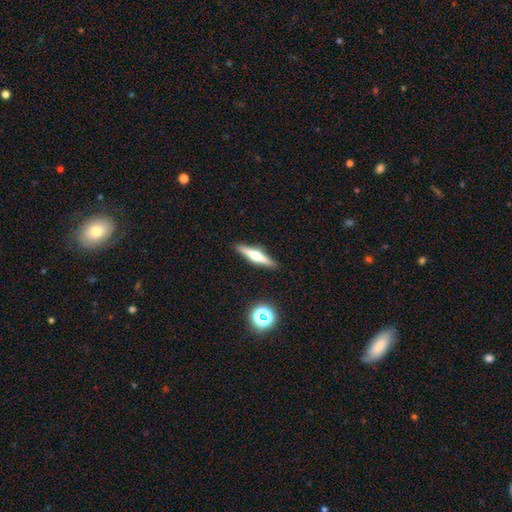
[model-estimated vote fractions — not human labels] This is possibly a featured or disk galaxy (56%). It is clearly viewed edge-on (96%). Edge-on bulge: clearly rounded (88%). Merging: clearly none (90%).